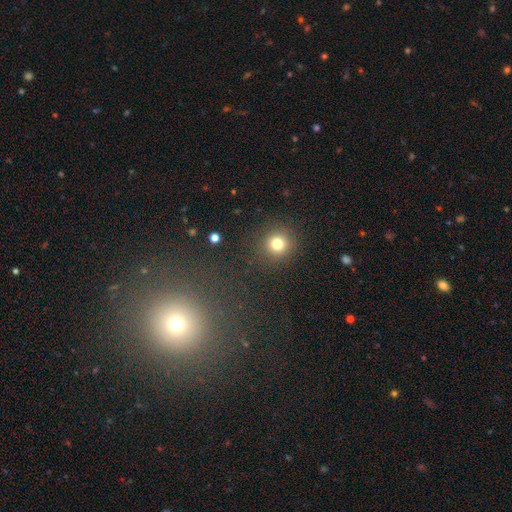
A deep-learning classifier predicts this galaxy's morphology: Smooth or featured: smooth — 55% (star or artifact — 37%)
How rounded: round — 93% (in between — 6%)
Merging: none — 88% (minor disturbance — 6%)